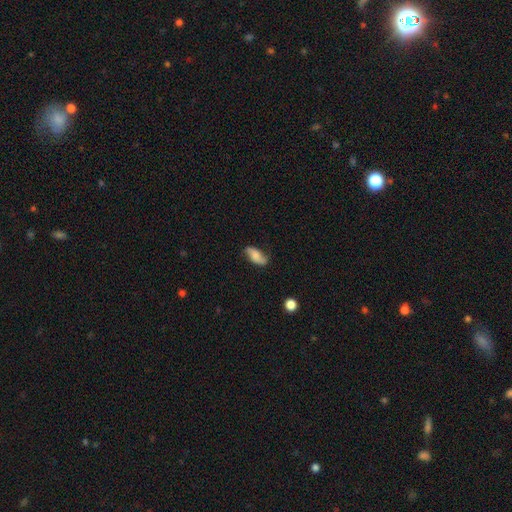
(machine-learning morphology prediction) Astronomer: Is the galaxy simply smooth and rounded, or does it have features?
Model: smooth — 49% (runner-up: featured or disk, 42%).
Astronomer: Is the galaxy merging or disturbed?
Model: none — 70%.